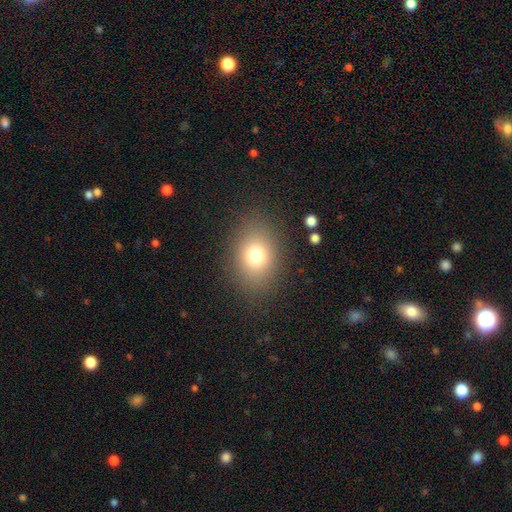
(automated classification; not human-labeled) smooth_or_featured: smooth (p=0.75) [alt: star or artifact p=0.14]
how_rounded: in between (p=0.59) [alt: round p=0.40]
merging: none (p=0.85) [alt: minor disturbance p=0.09]